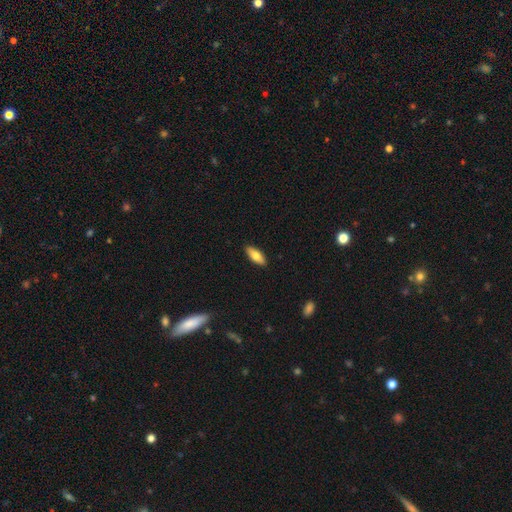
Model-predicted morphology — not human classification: smooth 75%, featured or disk 19%, star or artifact 6%. Down the decision tree: how rounded — in between (74%); merging — none (90%).